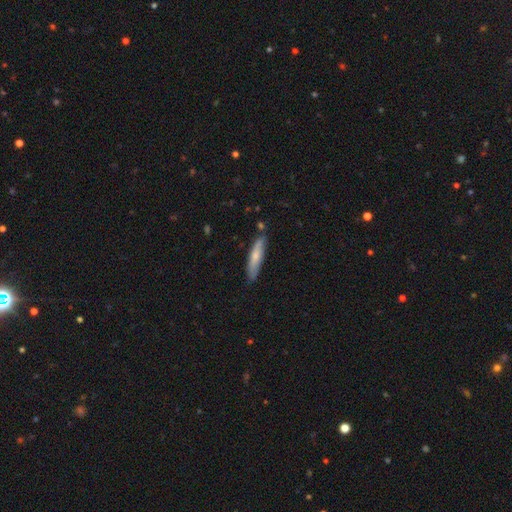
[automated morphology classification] Overall: smooth (65%; featured or disk 30%). How rounded: cigar-shaped (84%). Merging: none (78%).